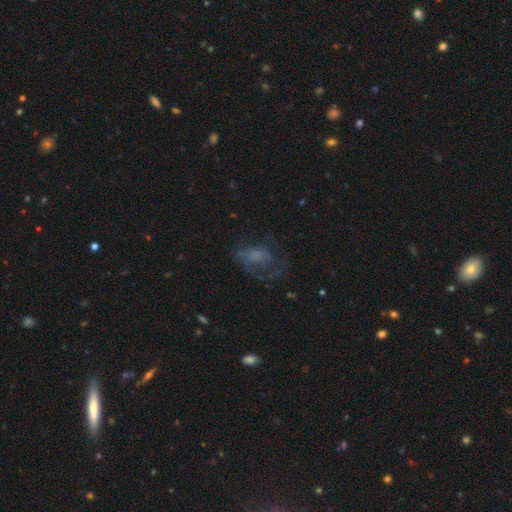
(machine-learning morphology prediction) Q: Smooth or featured?
A: featured or disk (45%); runner-up: smooth (37%)
Q: Merging?
A: major disturbance (43%); runner-up: none (35%)